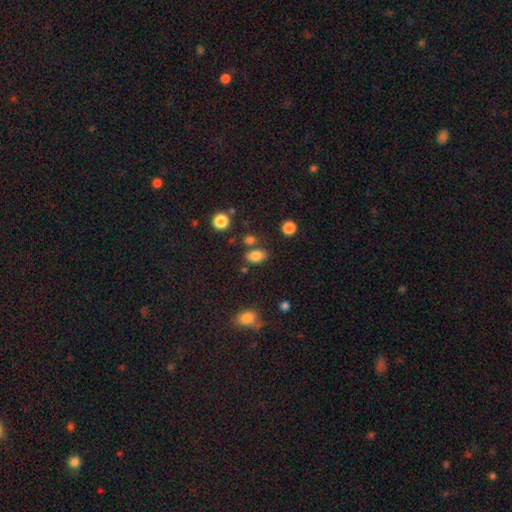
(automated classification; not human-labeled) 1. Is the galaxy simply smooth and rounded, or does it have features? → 82% smooth, 11% star or artifact, 7% featured or disk.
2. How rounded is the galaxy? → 84% in between, 15% round, 2% cigar-shaped.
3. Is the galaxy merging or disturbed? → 72% none, 13% minor disturbance, 11% merger, 4% major disturbance.